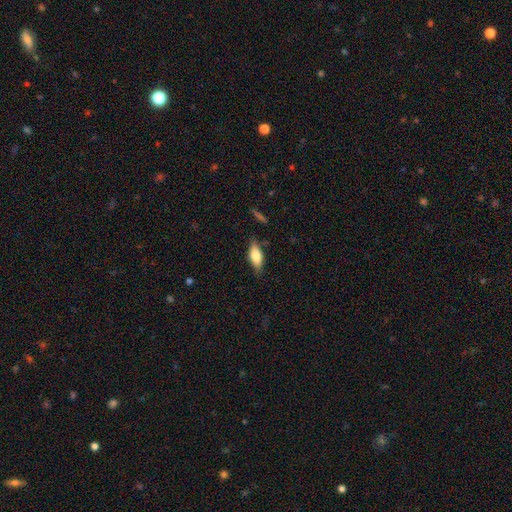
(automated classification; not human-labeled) This is likely a smooth galaxy (71%). How rounded: likely in between (77%). Merging: likely none (78%).